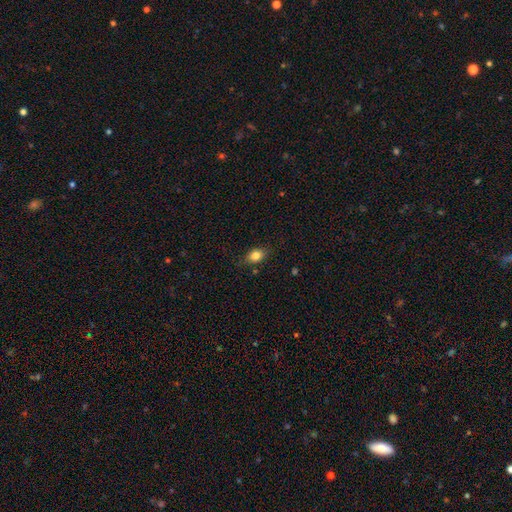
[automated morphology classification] Smooth or featured? smooth (82%)
How rounded? in between (70%)
Merging? none (81%)